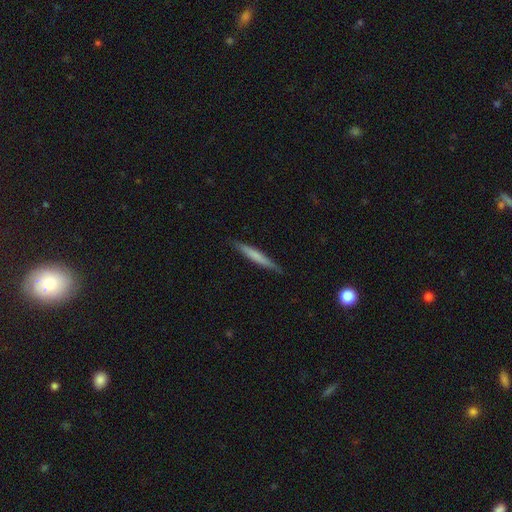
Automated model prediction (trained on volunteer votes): smooth_or_featured: smooth (p=0.63) [alt: featured or disk p=0.32]
how_rounded: cigar-shaped (p=0.96) [alt: in between p=0.03]
merging: none (p=0.87) [alt: minor disturbance p=0.10]